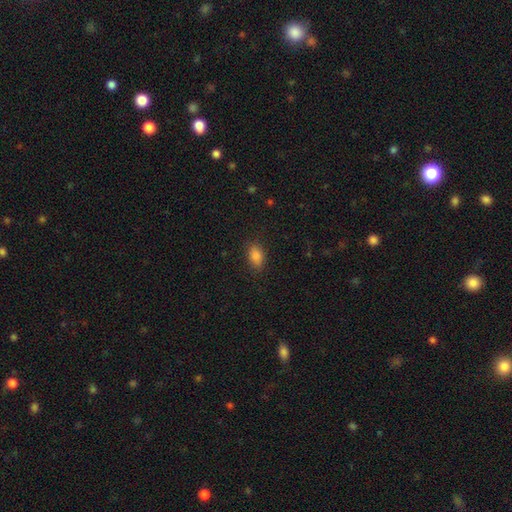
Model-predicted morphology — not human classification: A smooth galaxy with no disk features (85%) that is in between round and cigar-shaped (86%).

Vote fractions:
- Smooth or featured? smooth: 85% / star or artifact: 10% / featured or disk: 5%
- How rounded? in between: 86% / round: 12% / cigar-shaped: 2%
- Merging? none: 84% / minor disturbance: 12% / major disturbance: 3% / merger: 1%